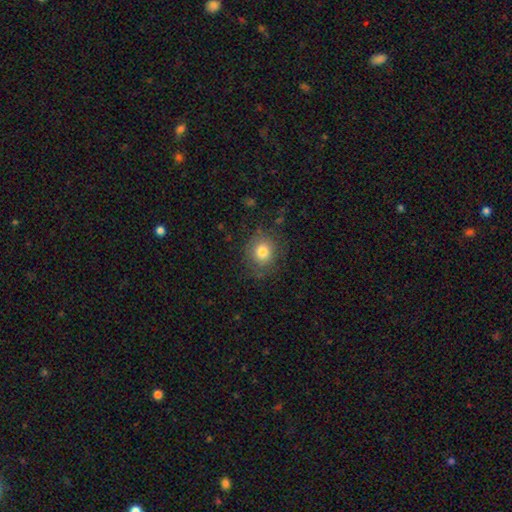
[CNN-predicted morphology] The model was most divided on "smooth or featured": smooth: 70%, star or artifact: 21%, featured or disk: 10%. More confident: merging — none (86%); how rounded — round (81%).